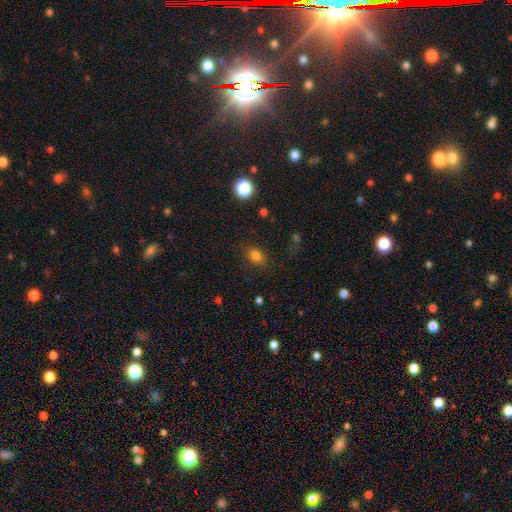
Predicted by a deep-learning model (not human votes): smooth-or-featured: smooth: 80% | star or artifact: 14% | featured or disk: 6%
  how-rounded: in between: 63% | round: 36% | cigar-shaped: 1%
  merging: none: 81% | minor disturbance: 13% | major disturbance: 5% | merger: 2%